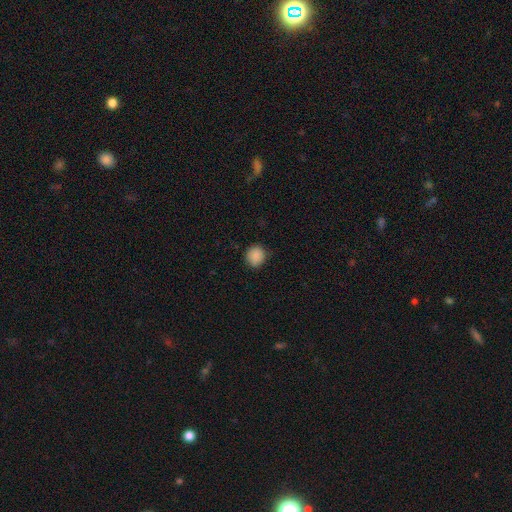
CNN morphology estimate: Q: Smooth or featured?
A: smooth (88%); runner-up: star or artifact (9%)
Q: How rounded?
A: round (85%); runner-up: in between (14%)
Q: Merging?
A: none (84%); runner-up: minor disturbance (12%)